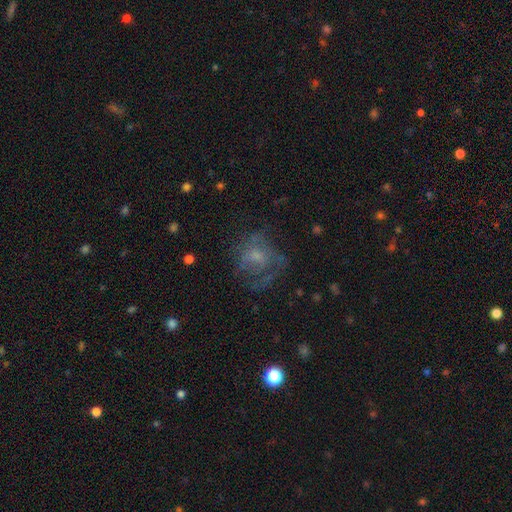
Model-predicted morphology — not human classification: This is possibly a featured or disk galaxy (48%). Merging: marginally none (42%).